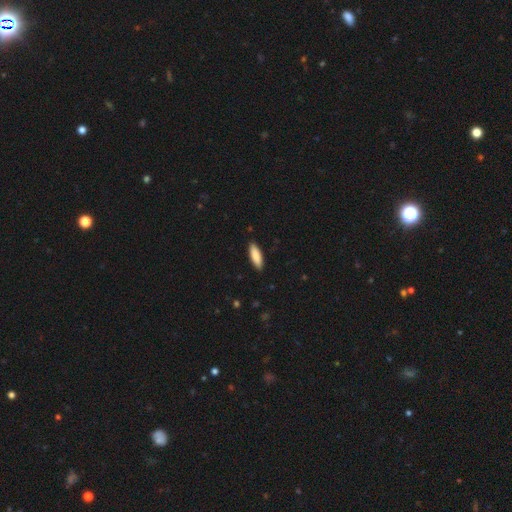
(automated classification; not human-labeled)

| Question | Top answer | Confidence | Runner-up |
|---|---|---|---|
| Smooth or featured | smooth | 85% | featured or disk (9%) |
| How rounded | in between | 55% | cigar-shaped (43%) |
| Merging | none | 89% | minor disturbance (8%) |